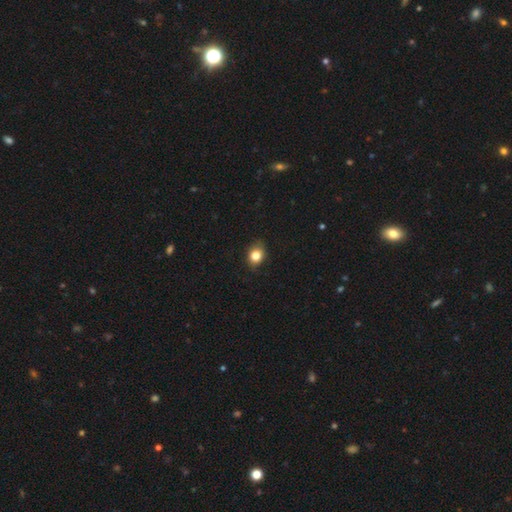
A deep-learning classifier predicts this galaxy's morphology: Smooth or featured?
  - smooth: 83% *
  - star or artifact: 10%
  - featured or disk: 7%
How rounded?
  - round: 50% *
  - in between: 49%
  - cigar-shaped: 1%
Merging?
  - none: 81% *
  - minor disturbance: 15%
  - major disturbance: 3%
  - merger: 1%